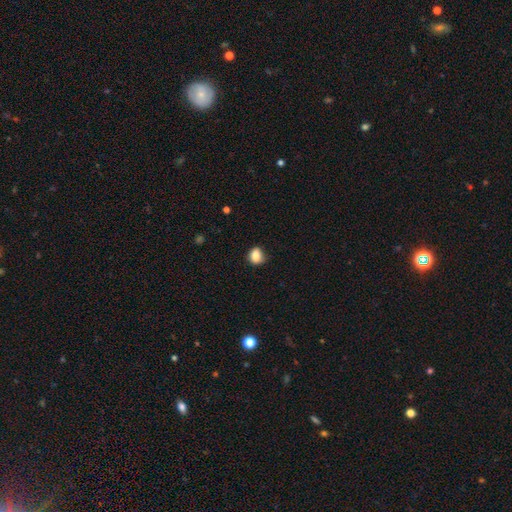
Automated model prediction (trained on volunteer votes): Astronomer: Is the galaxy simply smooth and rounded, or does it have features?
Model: smooth — 85%.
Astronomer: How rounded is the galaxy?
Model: round — 55% (runner-up: in between, 44%).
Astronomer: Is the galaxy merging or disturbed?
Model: none — 73%.